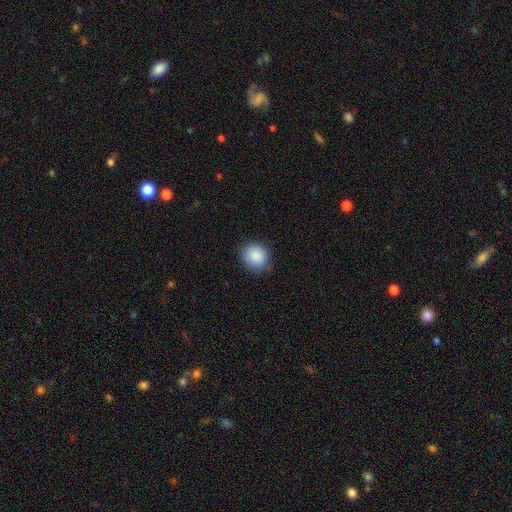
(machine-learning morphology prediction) smooth 88%, star or artifact 8%, featured or disk 4%. Down the decision tree: how rounded — round (83%); merging — none (80%).